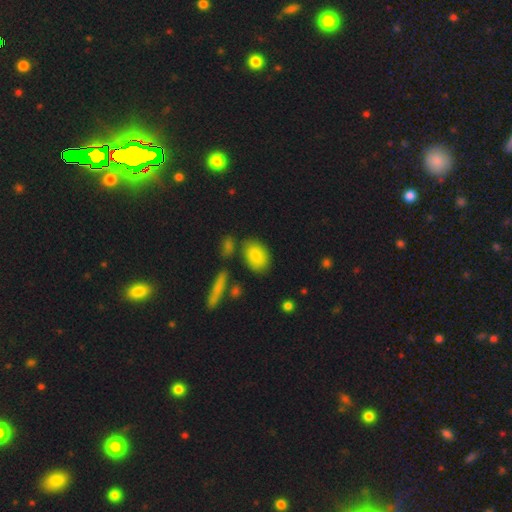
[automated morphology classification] A smooth galaxy with no disk features (85%) that is in between round and cigar-shaped (83%).

Vote fractions:
- Smooth or featured? smooth: 85% / featured or disk: 8% / star or artifact: 7%
- How rounded? in between: 83% / round: 15% / cigar-shaped: 3%
- Merging? none: 74% / minor disturbance: 14% / merger: 7% / major disturbance: 4%